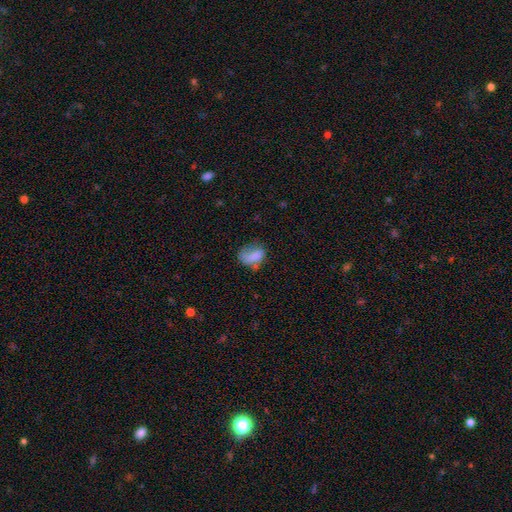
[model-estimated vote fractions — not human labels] This is likely a smooth galaxy (73%). How rounded: likely in between (80%). Merging: marginally none (38%).